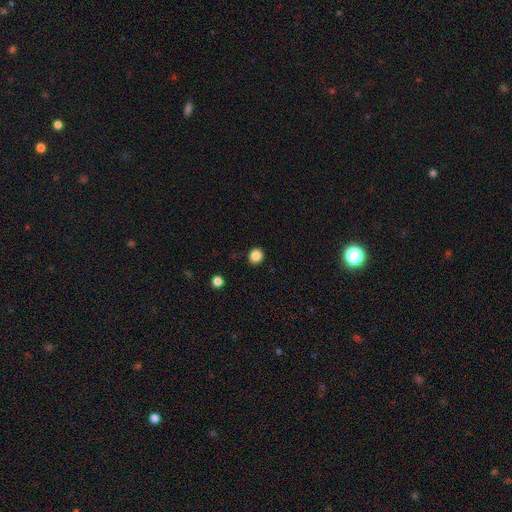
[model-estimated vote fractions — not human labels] The model was most divided on "how rounded": round: 85%, in between: 14%, cigar-shaped: 1%. More confident: merging — none (91%); smooth or featured — smooth (86%).